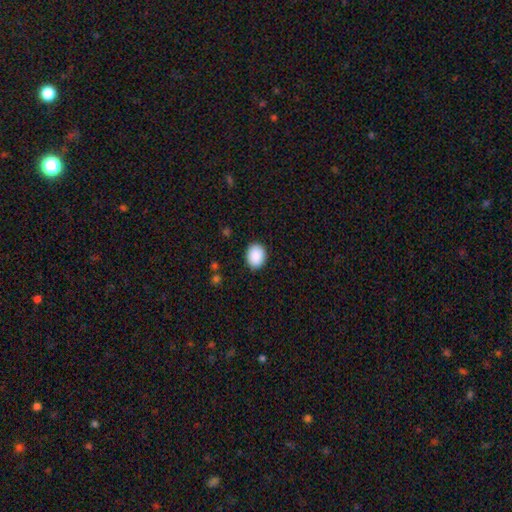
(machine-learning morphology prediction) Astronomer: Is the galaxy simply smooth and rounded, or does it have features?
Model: smooth — 90%.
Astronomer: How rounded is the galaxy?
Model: in between — 58% (runner-up: round, 41%).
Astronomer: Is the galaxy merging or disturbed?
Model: none — 89%.